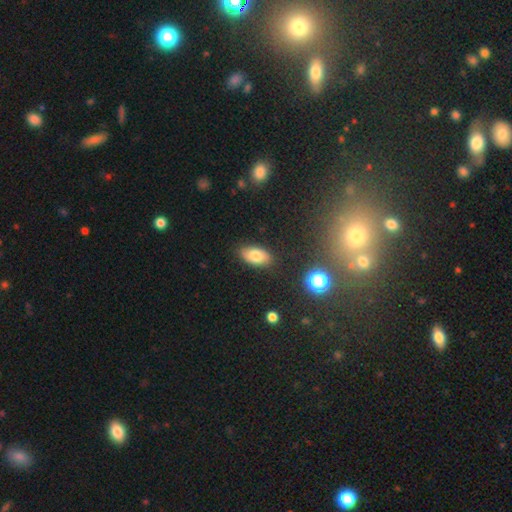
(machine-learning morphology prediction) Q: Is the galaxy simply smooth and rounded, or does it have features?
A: smooth — 79%.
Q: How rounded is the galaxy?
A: in between — 92%.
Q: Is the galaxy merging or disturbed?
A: none — 86%.